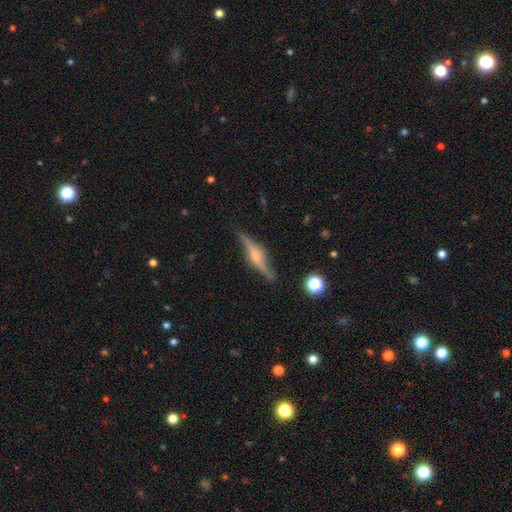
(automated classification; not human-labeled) Overall: featured or disk (79%). Edge-on disk: yes (93%). Edge-on bulge: rounded (87%). Merging: none (83%).